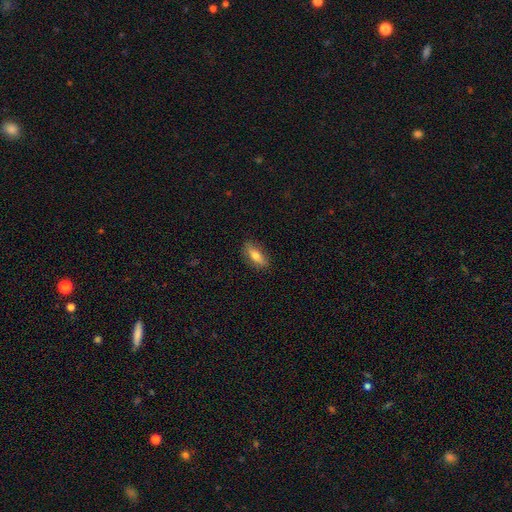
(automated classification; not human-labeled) This appears to be a smooth galaxy with no disk features (67%) that is in between round and cigar-shaped (67%). Merging: none (84%).